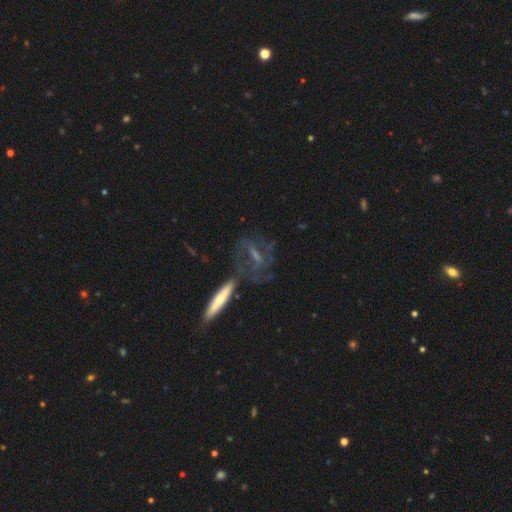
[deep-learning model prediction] A featured or disk galaxy (67%) with a weak bar (39%), spiral arms (63%) and a small central bulge (34%).

Vote fractions:
- Smooth or featured? featured or disk: 67% / smooth: 21% / star or artifact: 12%
- Edge-on disk? no: 80% / yes: 20%
- Bar? weak: 39% / no: 32% / strong: 29%
- Spiral arms? yes: 63% / no: 37%
- Bulge size? small: 34% / none: 31% / moderate: 28% / large: 6% / dominant: 2%
- Merging? none: 54% / major disturbance: 18% / minor disturbance: 17% / merger: 11%